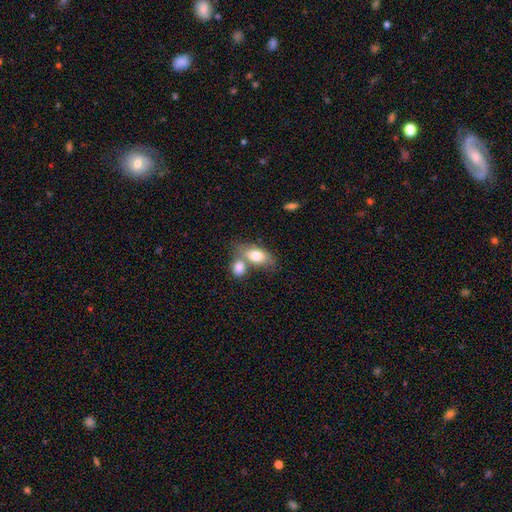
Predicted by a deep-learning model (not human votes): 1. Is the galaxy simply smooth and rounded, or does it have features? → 76% smooth, 17% featured or disk, 7% star or artifact.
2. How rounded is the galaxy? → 86% in between, 9% round, 5% cigar-shaped.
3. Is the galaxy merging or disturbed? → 50% merger, 34% none, 11% minor disturbance, 5% major disturbance.